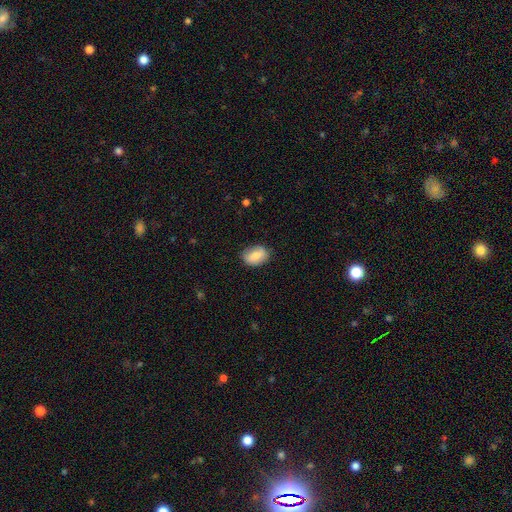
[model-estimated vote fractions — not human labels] Q: Smooth or featured?
A: smooth (73%); runner-up: featured or disk (20%)
Q: How rounded?
A: in between (80%); runner-up: round (18%)
Q: Merging?
A: none (82%); runner-up: minor disturbance (14%)